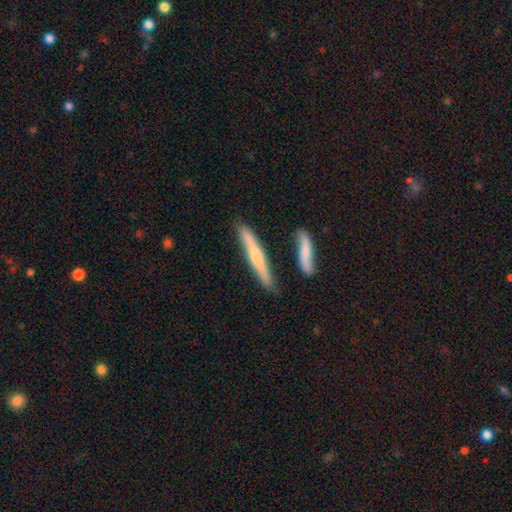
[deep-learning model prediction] Overall: featured or disk (50%; smooth 40%). Edge-on disk: yes (91%). Merging: none (79%).